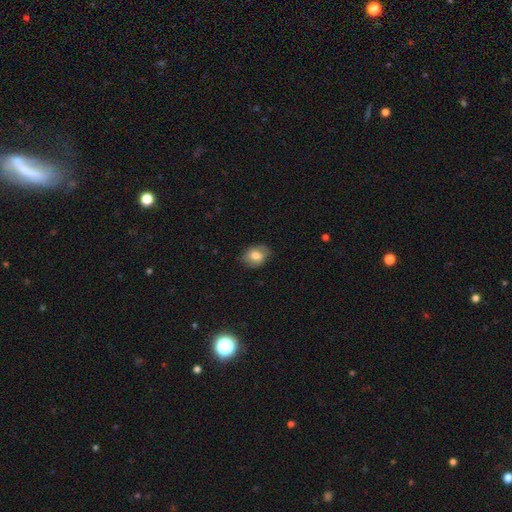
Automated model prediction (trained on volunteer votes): Smooth or featured? Predicted: smooth (p=0.73). How rounded? Predicted: in between (p=0.63). Merging? Predicted: none (p=0.72).